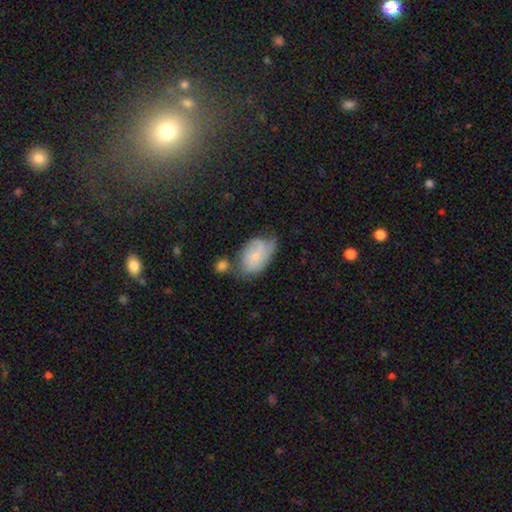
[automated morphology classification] This appears to be a smooth galaxy with no disk features (54%) that is in between round and cigar-shaped (87%). Merging: none (40%).